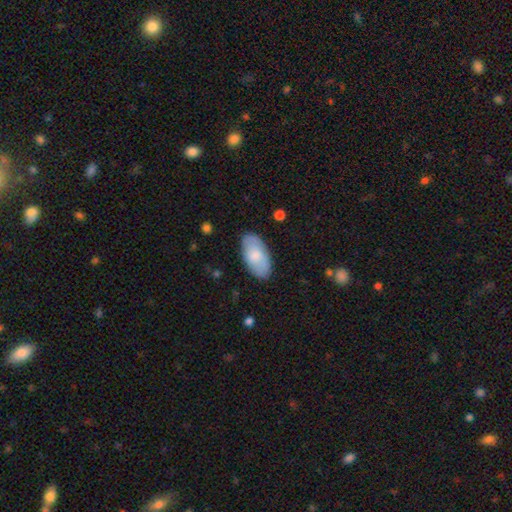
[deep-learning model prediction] A smooth galaxy with no disk features (77%) that is in between round and cigar-shaped (95%).

Vote fractions:
- Smooth or featured? smooth: 77% / featured or disk: 18% / star or artifact: 5%
- How rounded? in between: 95% / cigar-shaped: 3% / round: 2%
- Merging? none: 85% / minor disturbance: 11% / major disturbance: 2% / merger: 1%